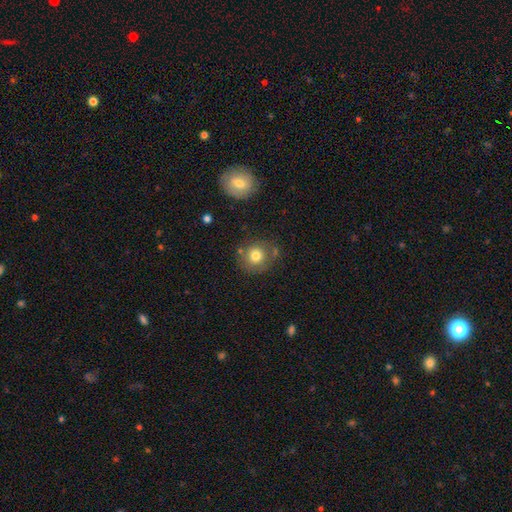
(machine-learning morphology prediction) This appears to be a smooth galaxy with no disk features (77%) that is round (85%). Merging: none (71%).